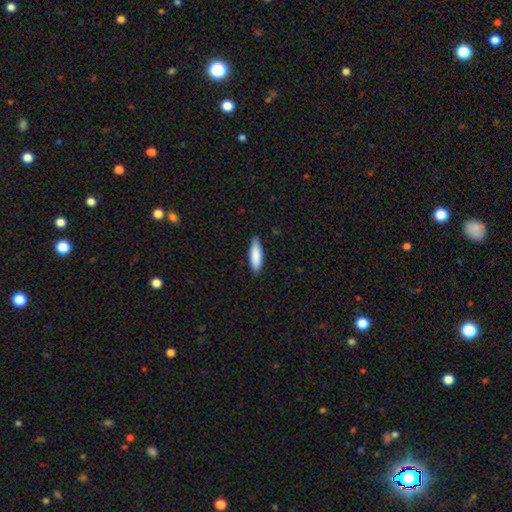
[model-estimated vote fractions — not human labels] smooth_or_featured: smooth (p=0.86) [alt: featured or disk p=0.08]
how_rounded: cigar-shaped (p=0.51) [alt: in between p=0.48]
merging: none (p=0.84) [alt: minor disturbance p=0.13]